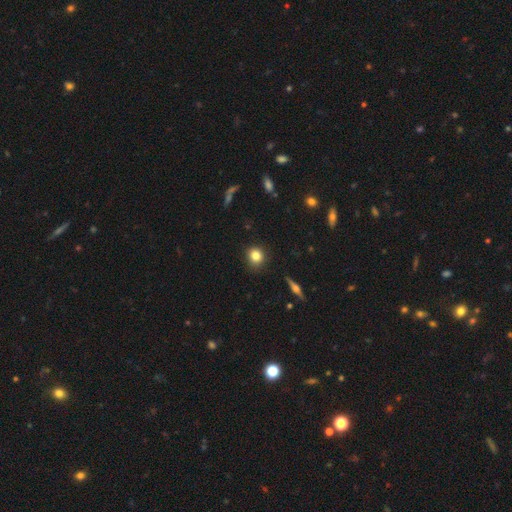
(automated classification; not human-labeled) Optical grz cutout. It shows a smooth galaxy with no disk features (82%) that is round (85%). Merging: none (89%).